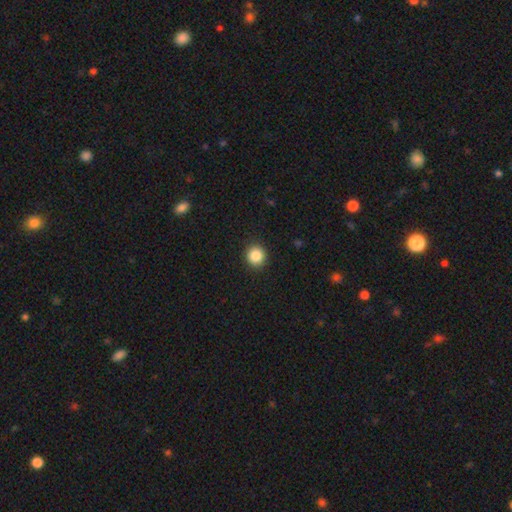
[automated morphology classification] This appears to be a smooth galaxy with no disk features (87%) that is round (93%). Merging: none (92%).